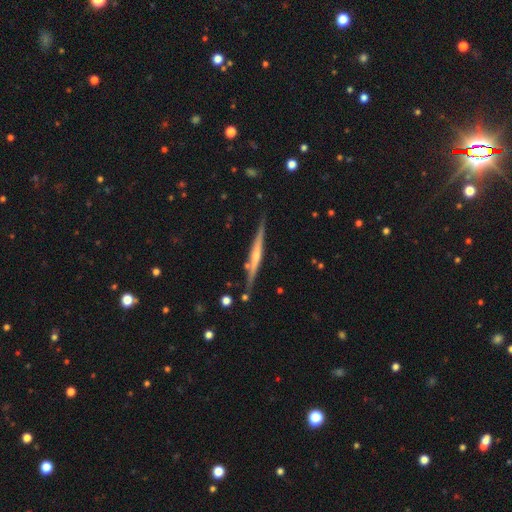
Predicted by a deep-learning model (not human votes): Q: Smooth or featured?
A: featured or disk (73%); runner-up: smooth (22%)
Q: Edge-on disk?
A: yes (98%); runner-up: no (2%)
Q: Edge-on bulge?
A: rounded (51%); runner-up: none (35%)
Q: Merging?
A: none (84%); runner-up: minor disturbance (11%)